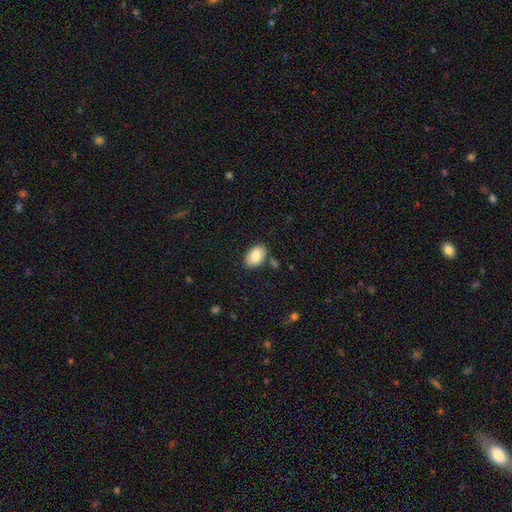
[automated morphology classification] A smooth galaxy with no disk features (83%) that is in between round and cigar-shaped (91%). Merging: none (79%).